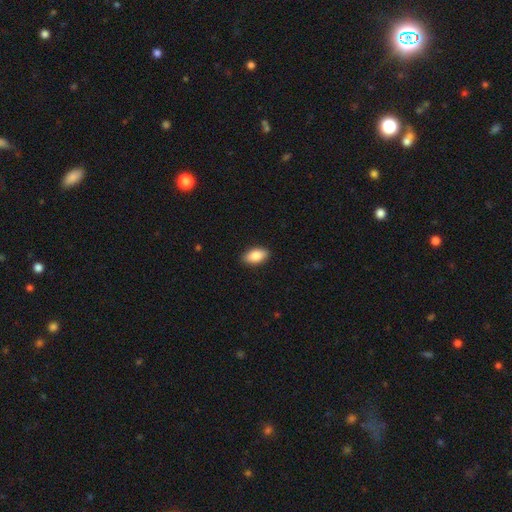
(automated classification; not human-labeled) smooth 86%, featured or disk 7%, star or artifact 6%. Down the decision tree: how rounded — in between (93%); merging — none (90%).